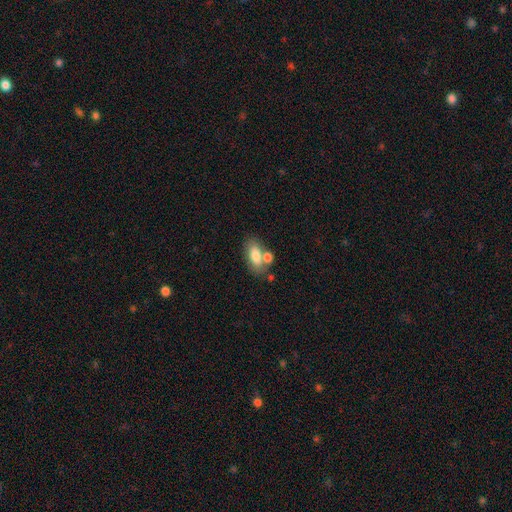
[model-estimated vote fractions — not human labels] smooth_or_featured: smooth (p=0.76) [alt: featured or disk p=0.16]
how_rounded: in between (p=0.87) [alt: cigar-shaped p=0.07]
merging: none (p=0.53) [alt: merger p=0.29]